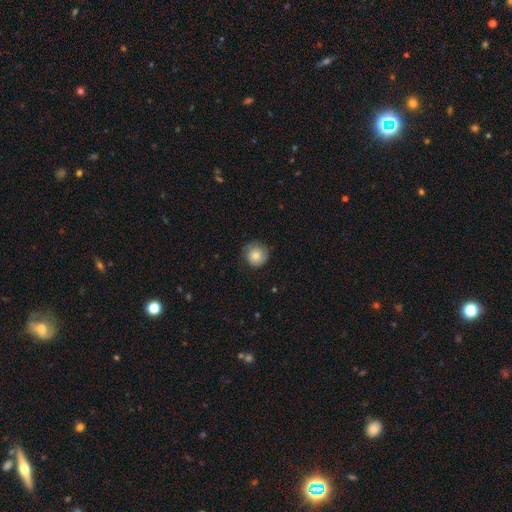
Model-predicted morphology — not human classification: smooth-or-featured: smooth: 74% | featured or disk: 19% | star or artifact: 8%
  how-rounded: round: 93% | in between: 6% | cigar-shaped: 1%
  merging: none: 71% | minor disturbance: 22% | major disturbance: 6% | merger: 1%